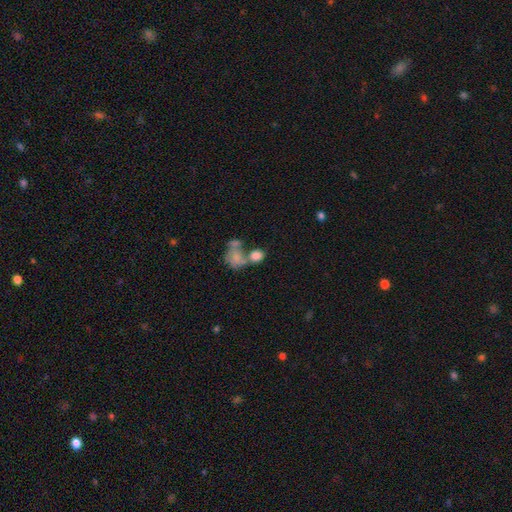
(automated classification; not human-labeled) Smooth or featured: smooth — 73% (featured or disk — 16%)
How rounded: round — 50% (in between — 48%)
Merging: merger — 49% (none — 30%)